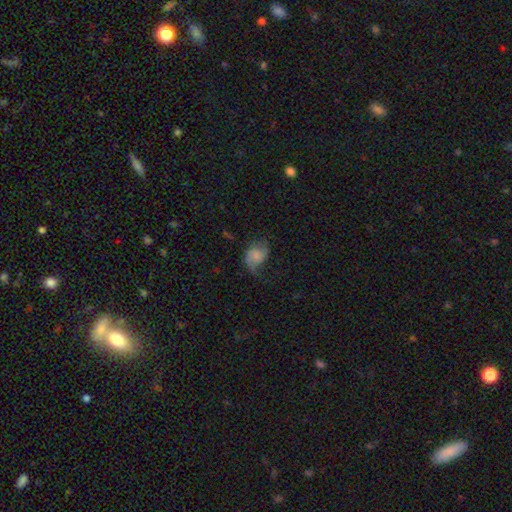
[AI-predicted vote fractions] This is possibly a smooth galaxy (47%). Merging: possibly none (45%).